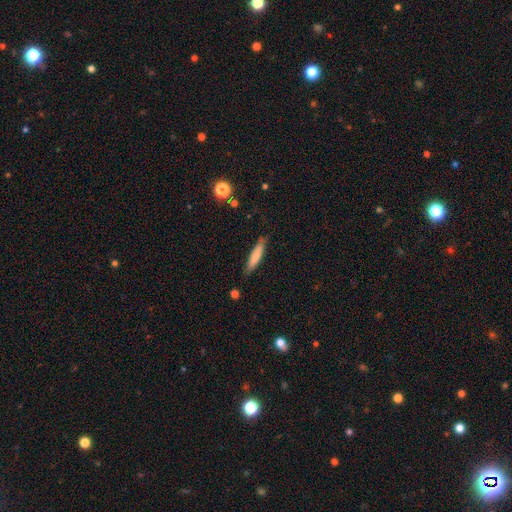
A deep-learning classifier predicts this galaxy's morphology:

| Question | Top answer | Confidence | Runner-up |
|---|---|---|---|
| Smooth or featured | smooth | 75% | featured or disk (19%) |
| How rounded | cigar-shaped | 85% | in between (14%) |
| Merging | none | 83% | minor disturbance (13%) |